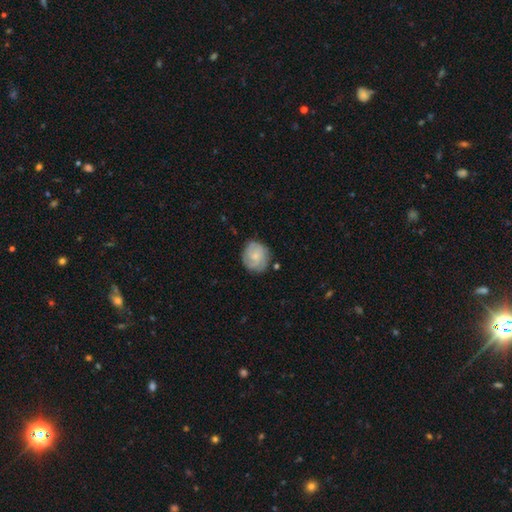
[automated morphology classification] featured or disk 62%, smooth 32%, star or artifact 6%. Down the decision tree: edge-on disk — no (98%); bar — no (73%); spiral arms — yes (92%); spiral arm count — 3 (38%); spiral winding — tight (57%); bulge size — small (60%); merging — none (77%).